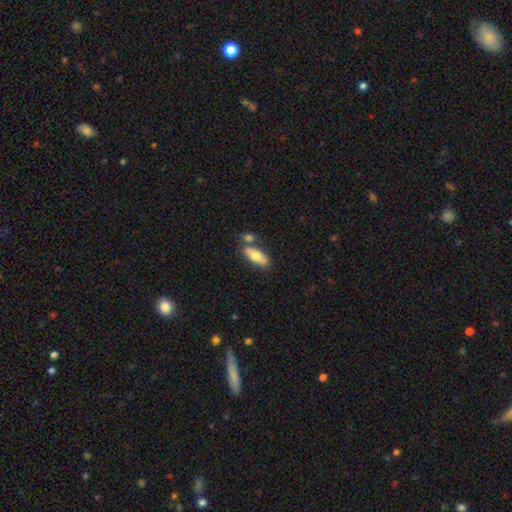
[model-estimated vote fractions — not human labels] Morphology: type=smooth (68%); roundness=in between (75%); merging=none (60%).